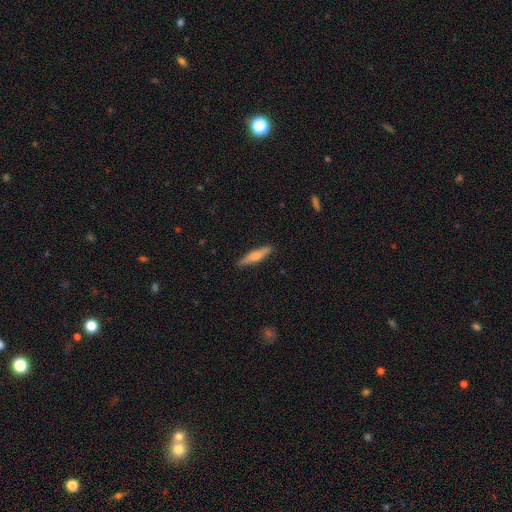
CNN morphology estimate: type=smooth (59%); roundness=cigar-shaped (84%); merging=none (89%).